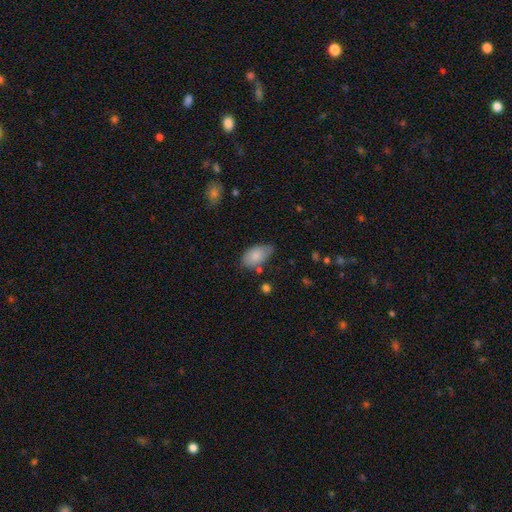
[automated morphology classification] Smooth or featured?
  - smooth: 83% *
  - featured or disk: 10%
  - star or artifact: 6%
How rounded?
  - in between: 94% *
  - round: 4%
  - cigar-shaped: 2%
Merging?
  - none: 64% *
  - minor disturbance: 27%
  - major disturbance: 5%
  - merger: 4%